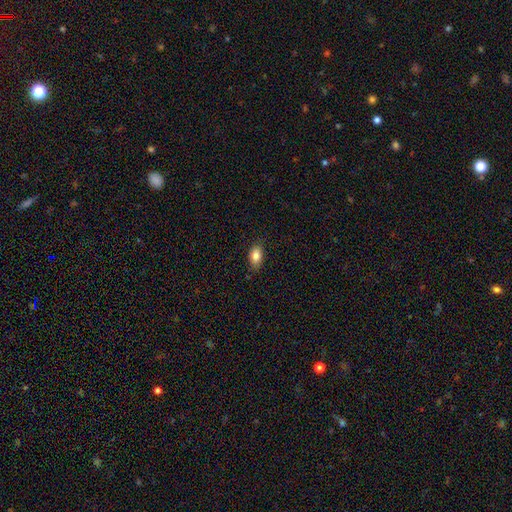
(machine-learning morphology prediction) smooth-or-featured: smooth: 83% | featured or disk: 9% | star or artifact: 8%
  how-rounded: in between: 88% | round: 9% | cigar-shaped: 3%
  merging: none: 81% | minor disturbance: 15% | major disturbance: 3% | merger: 1%